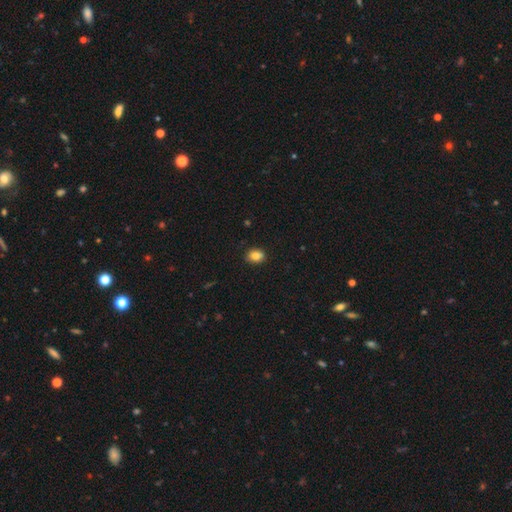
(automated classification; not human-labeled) Smooth or featured?
  - smooth: 82% *
  - star or artifact: 10%
  - featured or disk: 8%
How rounded?
  - in between: 59% *
  - round: 40%
  - cigar-shaped: 1%
Merging?
  - none: 85% *
  - minor disturbance: 11%
  - major disturbance: 2%
  - merger: 1%